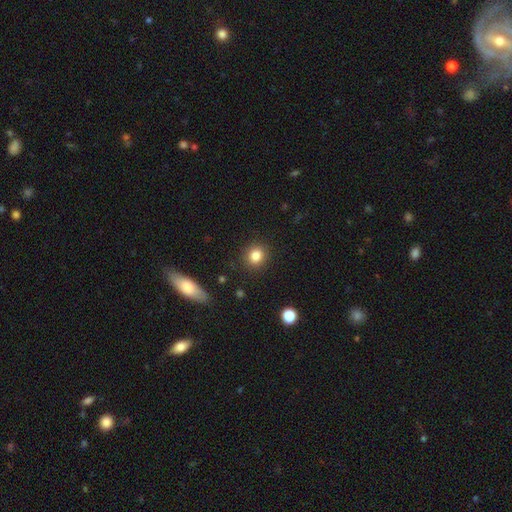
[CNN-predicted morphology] smooth_or_featured: smooth (p=0.84) [alt: star or artifact p=0.10]
how_rounded: round (p=0.84) [alt: in between p=0.15]
merging: none (p=0.89) [alt: minor disturbance p=0.07]